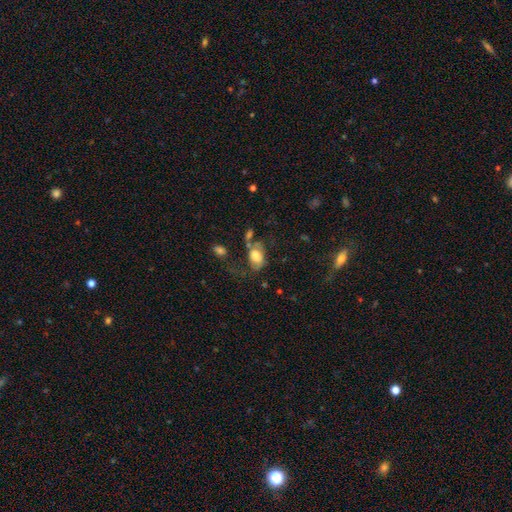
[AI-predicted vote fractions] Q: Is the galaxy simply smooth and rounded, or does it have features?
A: smooth — 68%.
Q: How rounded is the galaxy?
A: in between — 84%.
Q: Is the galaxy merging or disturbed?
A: none — 34%.